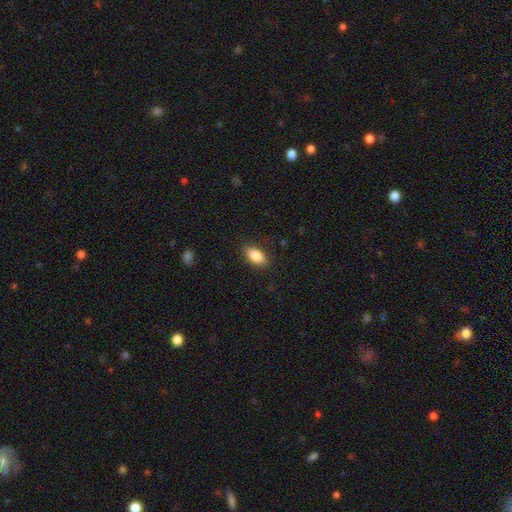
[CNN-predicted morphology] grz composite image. It shows a smooth galaxy with no disk features (86%) that is in between round and cigar-shaped (91%). Merging: none (86%).